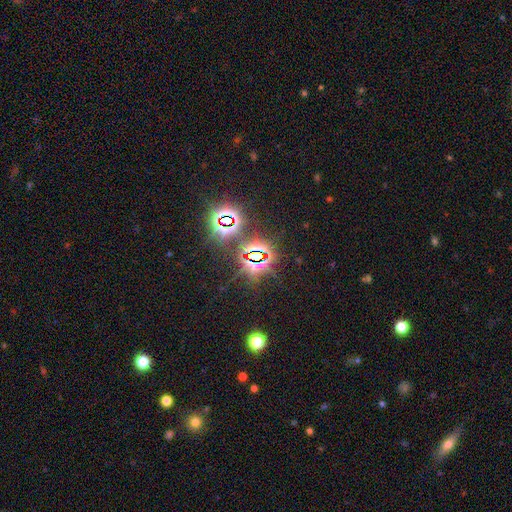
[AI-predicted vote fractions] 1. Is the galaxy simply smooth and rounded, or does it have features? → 80% star or artifact, 12% smooth, 8% featured or disk.